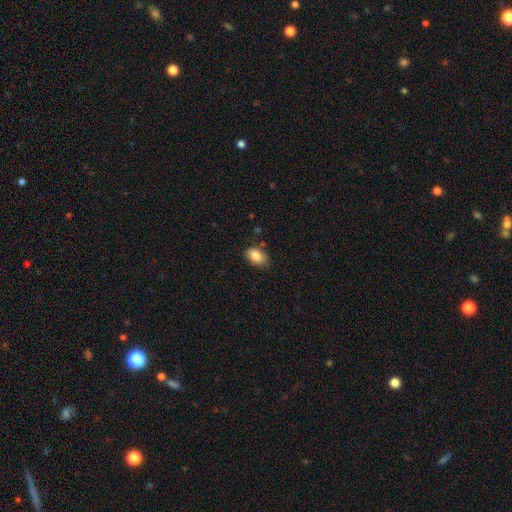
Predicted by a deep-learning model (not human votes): Morphology: type=smooth (85%); roundness=in between (91%); merging=none (76%).